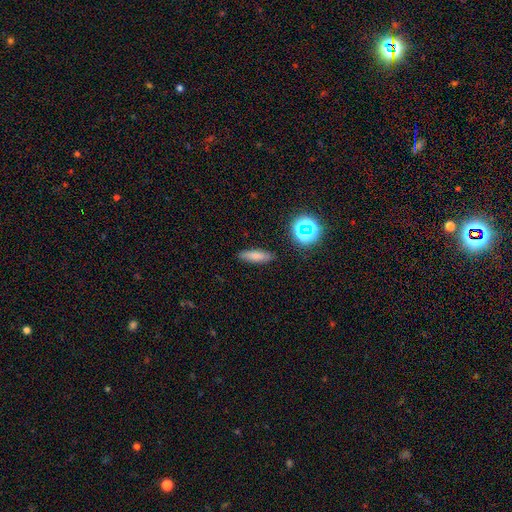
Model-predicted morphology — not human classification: Overall: smooth (75%). How rounded: cigar-shaped (56%; in between 40%). Merging: none (86%).